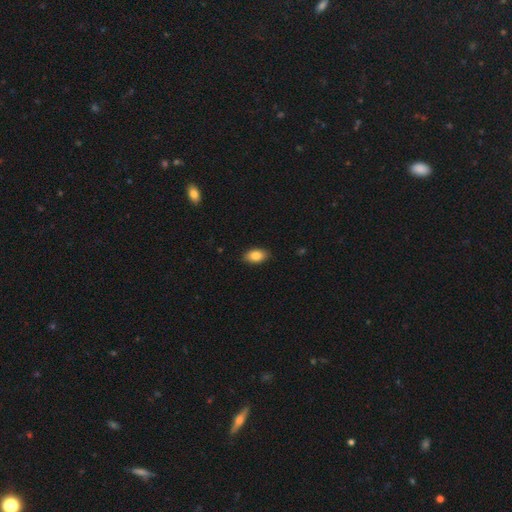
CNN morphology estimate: Overall: smooth (86%). How rounded: in between (91%). Merging: none (88%).